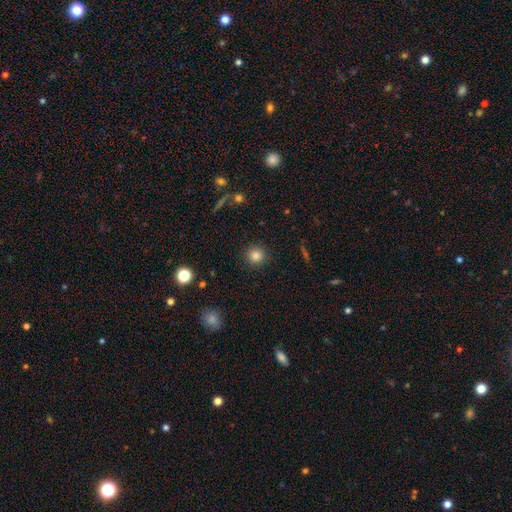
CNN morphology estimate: Smooth or featured: smooth — 83% (star or artifact — 12%)
How rounded: round — 94% (in between — 5%)
Merging: none — 91% (minor disturbance — 5%)